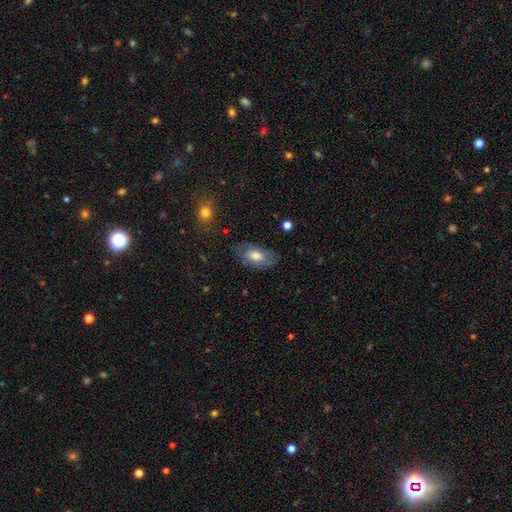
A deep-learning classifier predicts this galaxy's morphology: Q: Smooth or featured?
A: smooth (57%); runner-up: featured or disk (36%)
Q: How rounded?
A: in between (92%); runner-up: round (5%)
Q: Merging?
A: none (71%); runner-up: minor disturbance (21%)